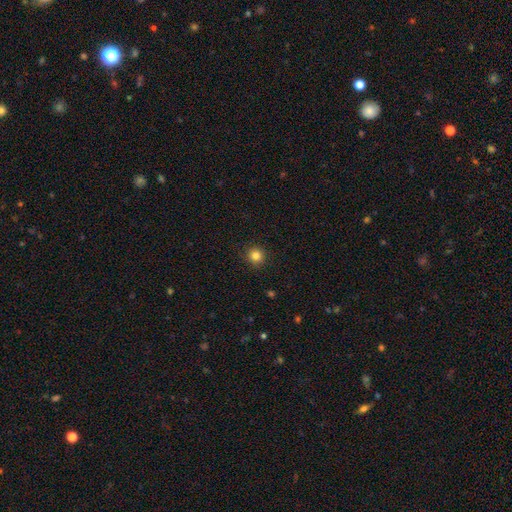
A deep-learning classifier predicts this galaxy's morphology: smooth_or_featured: smooth (p=0.83) [alt: star or artifact p=0.12]
how_rounded: round (p=0.94) [alt: in between p=0.05]
merging: none (p=0.92) [alt: minor disturbance p=0.05]